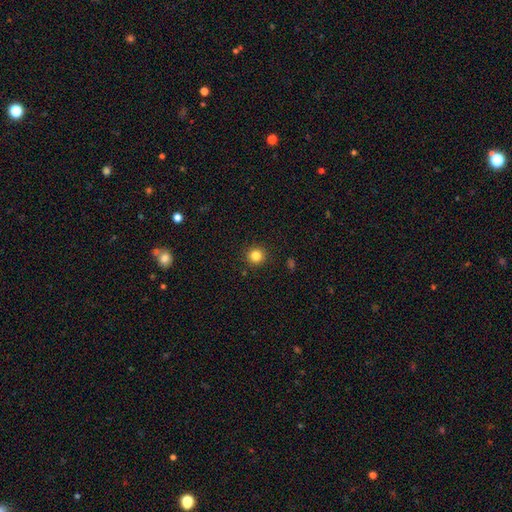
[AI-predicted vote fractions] This appears to be a smooth galaxy with no disk features (83%) that is round (94%). Merging: none (92%).